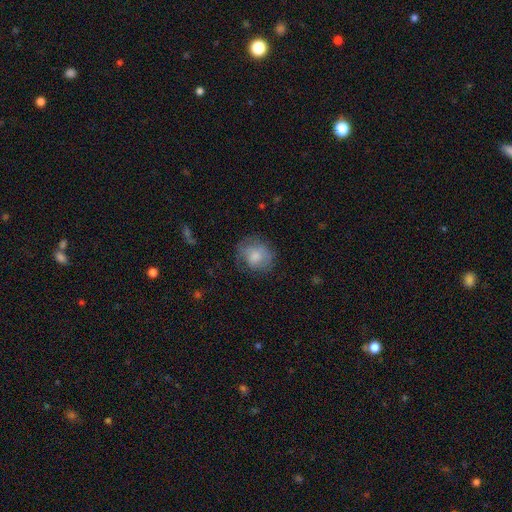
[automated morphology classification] Smooth or featured: smooth — 70% (featured or disk — 22%)
How rounded: round — 73% (in between — 26%)
Merging: none — 64% (minor disturbance — 23%)